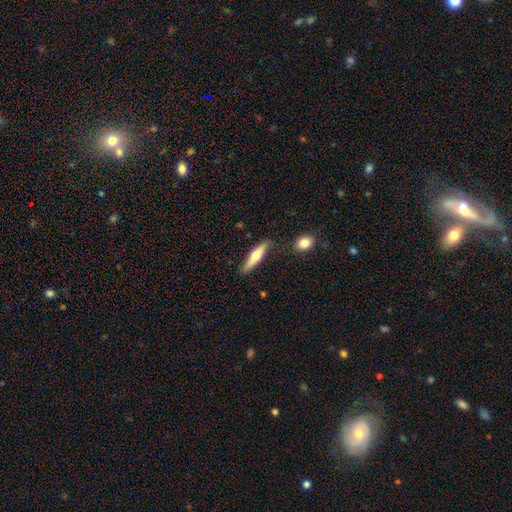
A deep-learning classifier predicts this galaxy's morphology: Smooth or featured? smooth (49%)
Merging? none (82%)